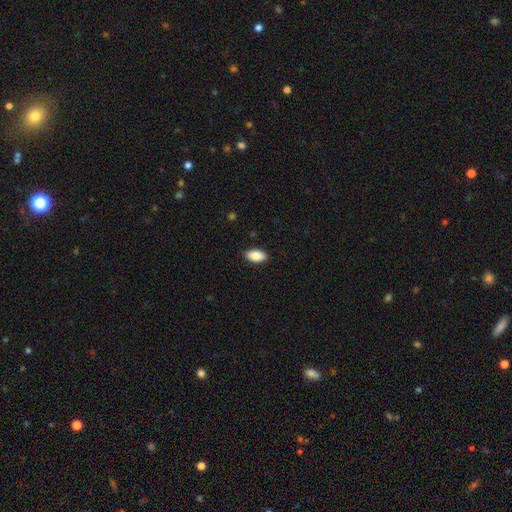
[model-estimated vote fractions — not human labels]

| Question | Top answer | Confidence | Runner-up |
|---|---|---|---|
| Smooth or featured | smooth | 86% | star or artifact (7%) |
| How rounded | in between | 93% | round (4%) |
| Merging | none | 89% | minor disturbance (9%) |